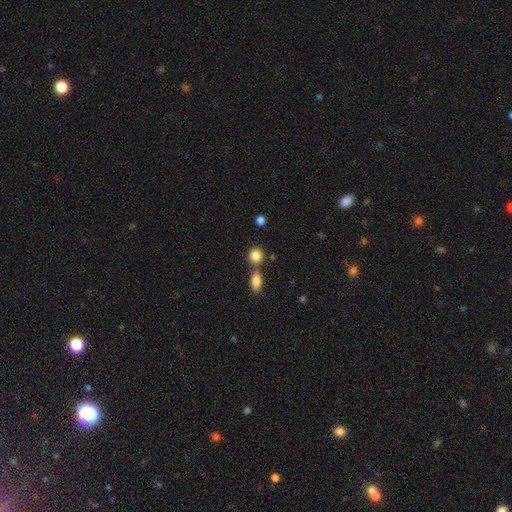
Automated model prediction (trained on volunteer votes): The model was most divided on "merging": none: 61%, merger: 27%, minor disturbance: 9%, major disturbance: 3%. More confident: smooth or featured — smooth (86%); how rounded — round (78%).